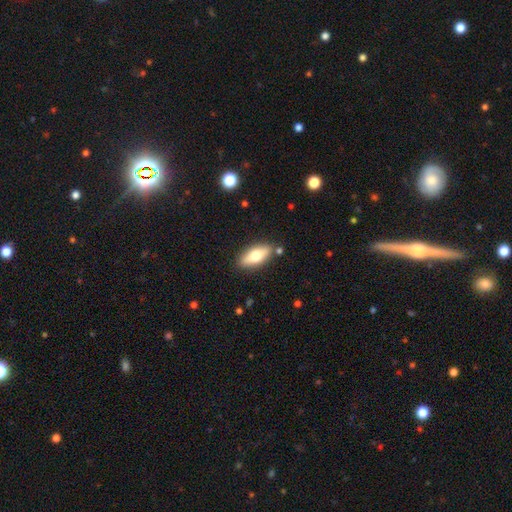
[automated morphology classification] Overall: smooth (63%; featured or disk 30%). How rounded: in between (75%). Merging: none (84%).